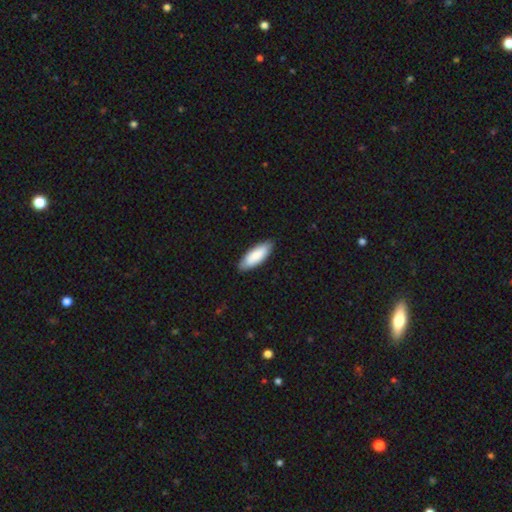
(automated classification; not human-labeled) Smooth or featured?
  - smooth: 86% *
  - featured or disk: 9%
  - star or artifact: 5%
How rounded?
  - in between: 70% *
  - cigar-shaped: 29%
  - round: 1%
Merging?
  - none: 87% *
  - minor disturbance: 11%
  - major disturbance: 2%
  - merger: 1%